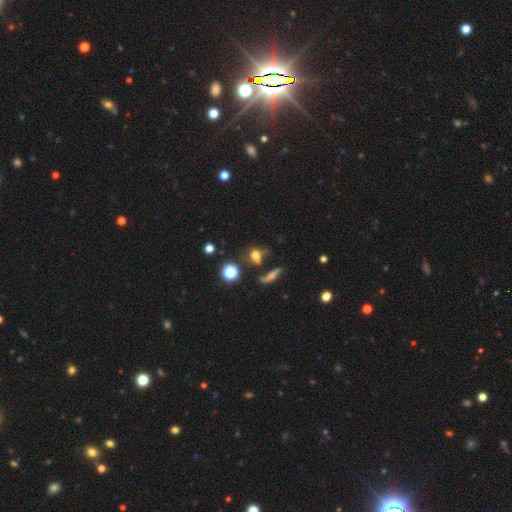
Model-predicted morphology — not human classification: Smooth or featured? Predicted: smooth (p=0.60). How rounded? Predicted: in between (p=0.52). Merging? Predicted: none (p=0.48).